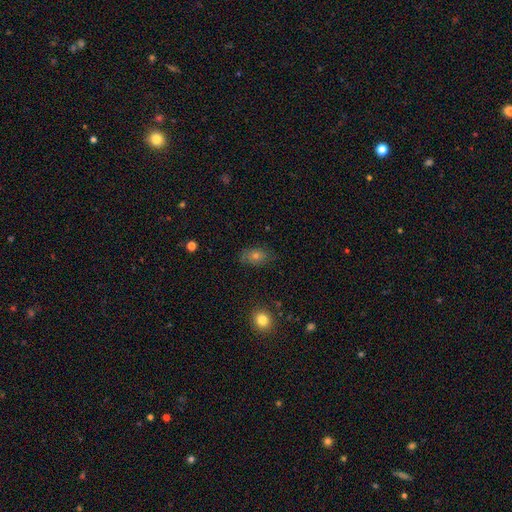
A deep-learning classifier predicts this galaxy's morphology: This appears to be a smooth galaxy with no disk features (59%) that is in between round and cigar-shaped (77%). Merging: none (79%).